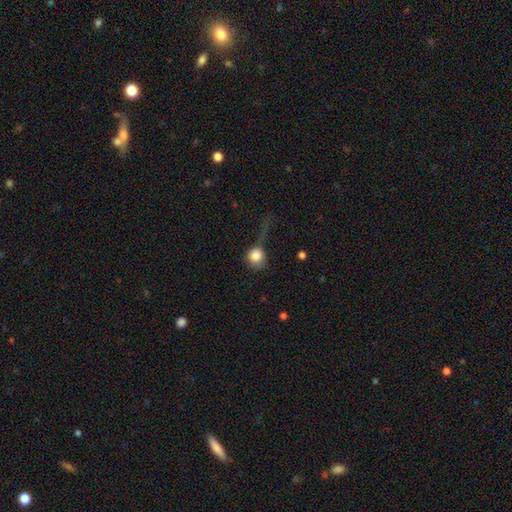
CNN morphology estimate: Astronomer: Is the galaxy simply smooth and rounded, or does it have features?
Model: smooth — 81%.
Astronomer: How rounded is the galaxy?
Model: round — 87%.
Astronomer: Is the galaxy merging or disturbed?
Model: major disturbance — 37% (runner-up: none, 34%).